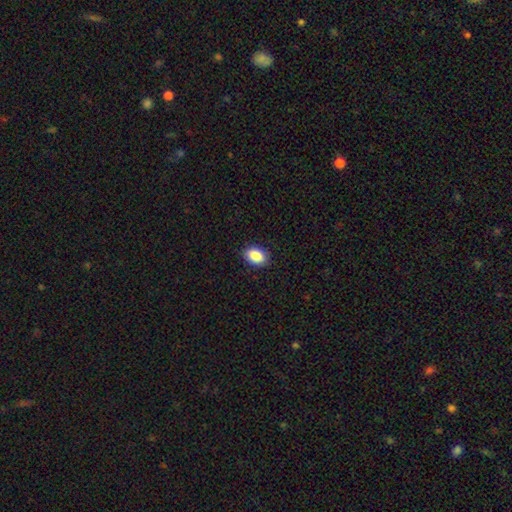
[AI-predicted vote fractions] Smooth or featured? Predicted: smooth (p=0.89). How rounded? Predicted: in between (p=0.85). Merging? Predicted: none (p=0.89).